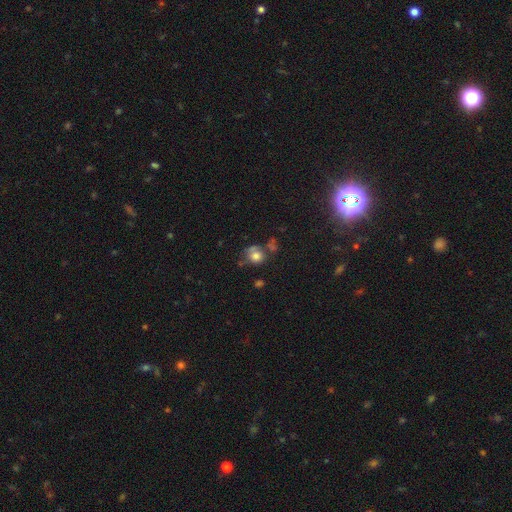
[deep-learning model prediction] A smooth galaxy with no disk features (72%) that is round (74%). Merging: none (46%).